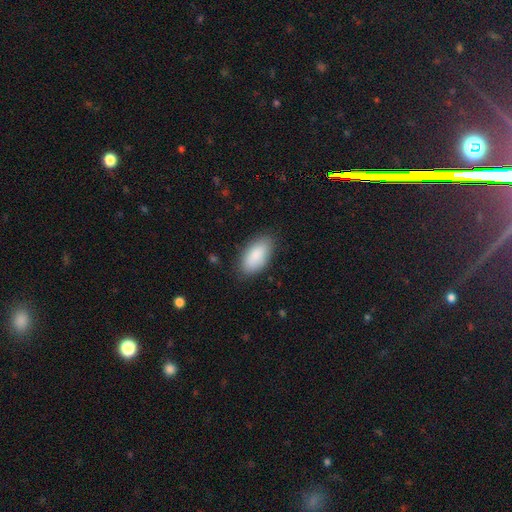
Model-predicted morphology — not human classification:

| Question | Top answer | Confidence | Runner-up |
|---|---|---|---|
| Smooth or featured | smooth | 88% | star or artifact (6%) |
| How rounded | in between | 93% | cigar-shaped (5%) |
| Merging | none | 83% | minor disturbance (13%) |